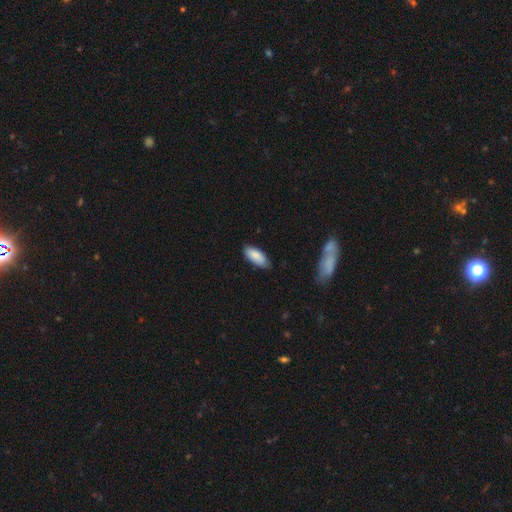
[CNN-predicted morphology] smooth_or_featured: smooth (p=0.87) [alt: featured or disk p=0.07]
how_rounded: in between (p=0.84) [alt: cigar-shaped p=0.14]
merging: none (p=0.79) [alt: minor disturbance p=0.17]